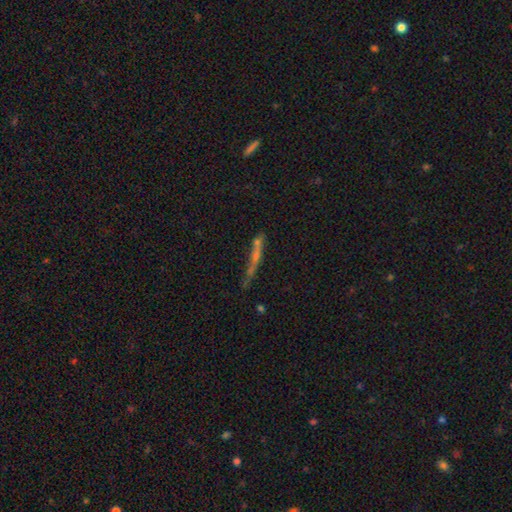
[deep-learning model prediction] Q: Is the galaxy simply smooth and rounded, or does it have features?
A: featured or disk — 45%.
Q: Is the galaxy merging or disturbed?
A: none — 58%.